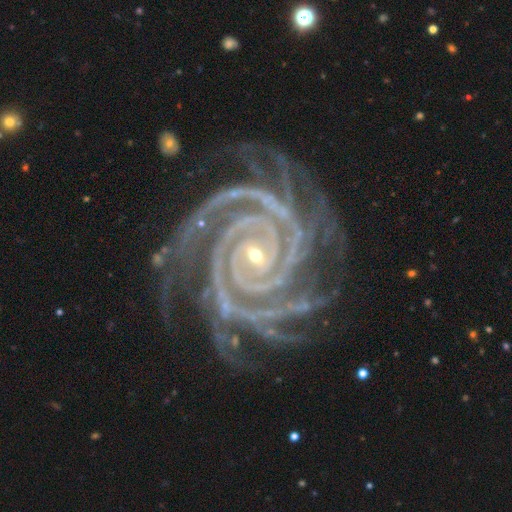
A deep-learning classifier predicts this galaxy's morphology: smooth_or_featured: featured or disk (p=0.94) [alt: star or artifact p=0.04]
disk_edge_on: no (p=0.98) [alt: yes p=0.02]
bar: no (p=0.48) [alt: weak p=0.28]
has_spiral_arms: yes (p=0.99) [alt: no p=0.01]
spiral_winding: tight (p=0.84) [alt: medium p=0.14]
spiral_arm_count: 4 (p=0.25) [alt: more than 4 p=0.19]
bulge_size: small (p=0.76) [alt: moderate p=0.21]
merging: none (p=0.71) [alt: minor disturbance p=0.17]